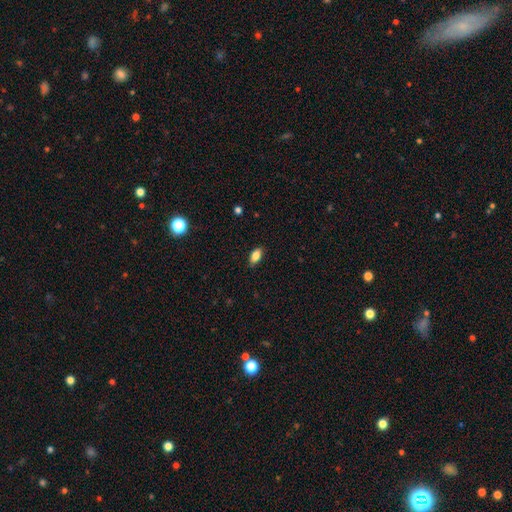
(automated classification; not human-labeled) Smooth or featured? Predicted: smooth (p=0.85). How rounded? Predicted: in between (p=0.90). Merging? Predicted: none (p=0.87).